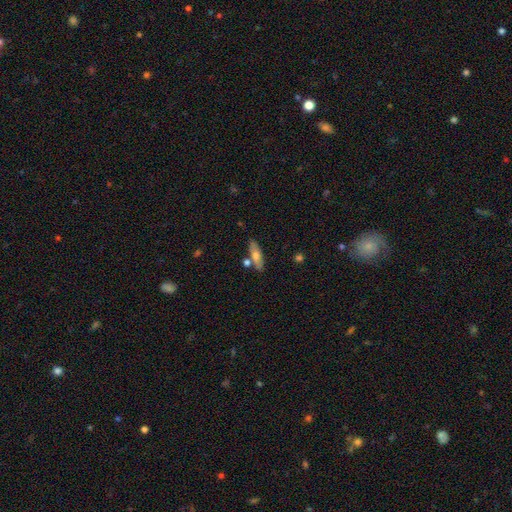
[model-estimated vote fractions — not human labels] Q: Smooth or featured?
A: smooth (60%); runner-up: featured or disk (33%)
Q: How rounded?
A: cigar-shaped (51%); runner-up: in between (46%)
Q: Merging?
A: none (74%); runner-up: minor disturbance (12%)